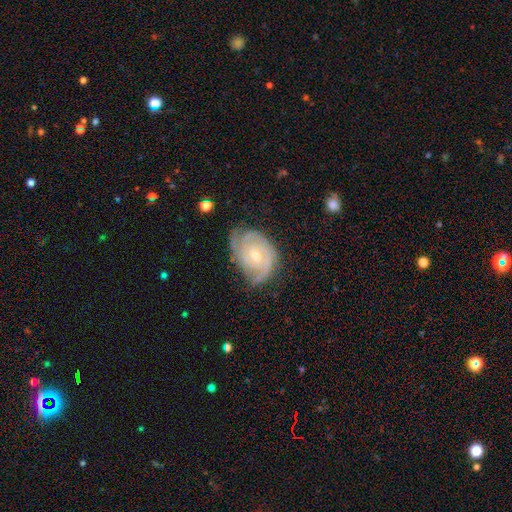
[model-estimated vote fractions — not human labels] Smooth or featured: featured or disk — 87% (smooth — 8%)
Edge-on disk: no — 97% (yes — 3%)
Bar: no — 61% (weak — 33%)
Spiral arms: yes — 97% (no — 3%)
Spiral winding: tight — 74% (medium — 22%)
Spiral arm count: 2 — 40% (3 — 25%)
Bulge size: moderate — 50% (small — 47%)
Merging: none — 71% (minor disturbance — 22%)